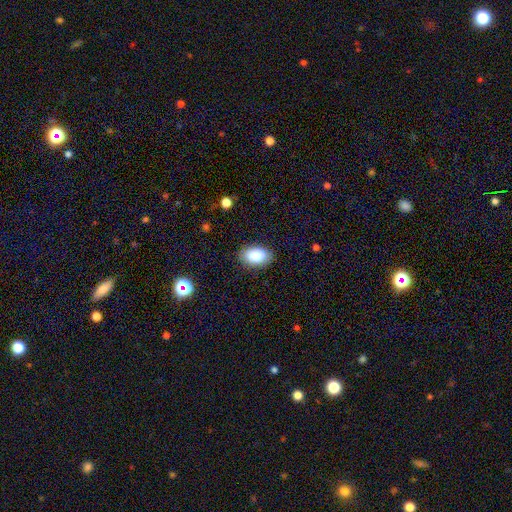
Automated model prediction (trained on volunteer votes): A smooth galaxy with no disk features (88%) that is in between round and cigar-shaped (90%).

Vote fractions:
- Smooth or featured? smooth: 88% / star or artifact: 7% / featured or disk: 4%
- How rounded? in between: 90% / round: 9% / cigar-shaped: 1%
- Merging? none: 86% / minor disturbance: 10% / major disturbance: 3% / merger: 1%